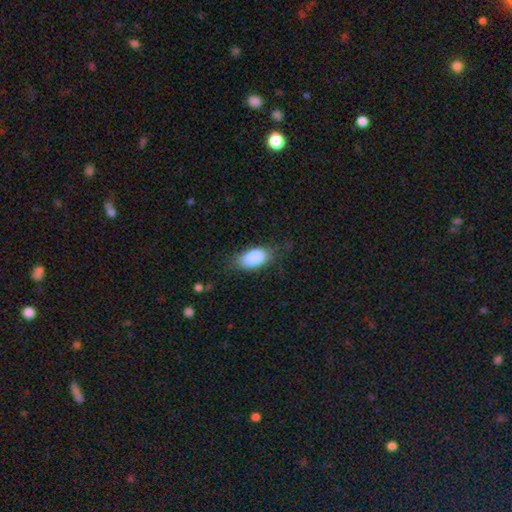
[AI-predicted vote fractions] smooth 85%, featured or disk 8%, star or artifact 7%. Down the decision tree: how rounded — in between (91%); merging — none (67%).